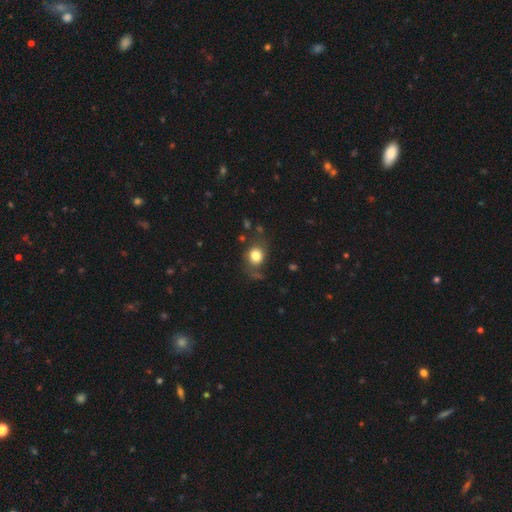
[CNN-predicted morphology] Q: Smooth or featured?
A: smooth (78%); runner-up: featured or disk (13%)
Q: How rounded?
A: round (62%); runner-up: in between (37%)
Q: Merging?
A: none (66%); runner-up: minor disturbance (20%)